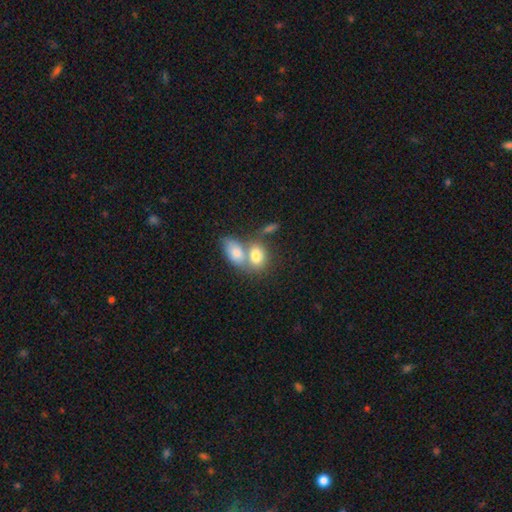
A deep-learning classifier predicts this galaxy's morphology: Smooth or featured: smooth — 78% (featured or disk — 14%)
How rounded: in between — 74% (round — 24%)
Merging: merger — 58% (none — 30%)